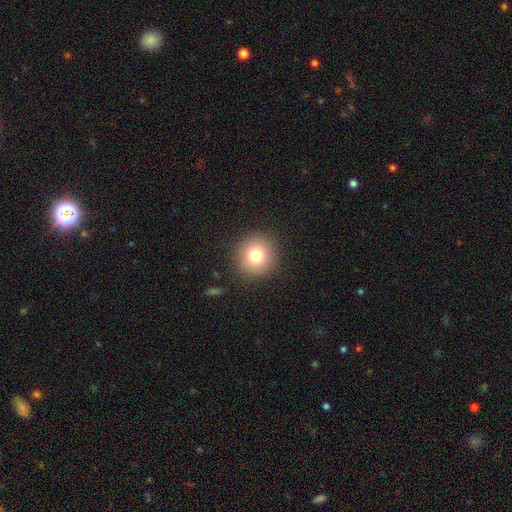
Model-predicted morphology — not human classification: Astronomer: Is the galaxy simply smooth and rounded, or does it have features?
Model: smooth — 79%.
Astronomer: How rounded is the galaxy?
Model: round — 93%.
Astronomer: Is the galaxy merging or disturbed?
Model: none — 90%.